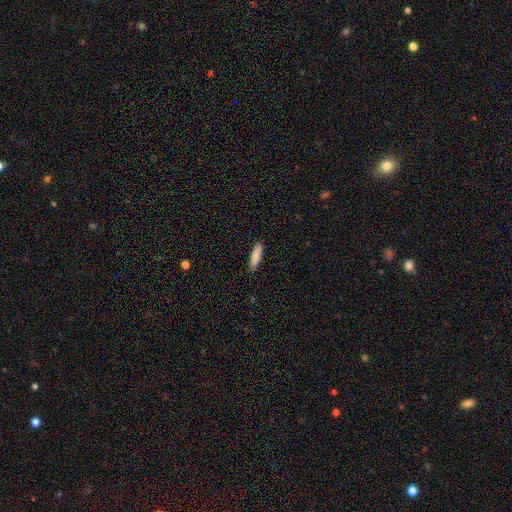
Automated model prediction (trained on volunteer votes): This is clearly a smooth galaxy (87%). How rounded: likely cigar-shaped (72%). Merging: clearly none (90%).